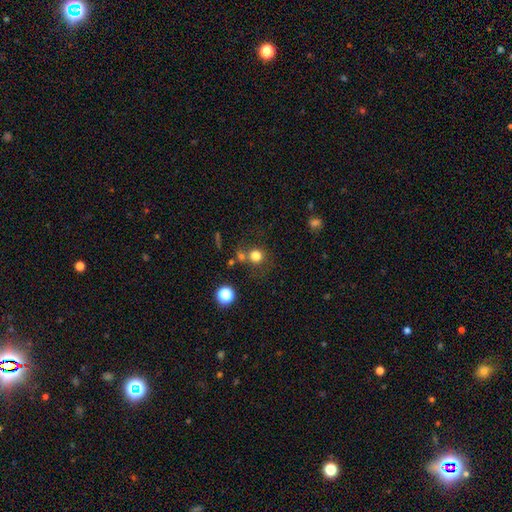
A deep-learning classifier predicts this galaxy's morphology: Overall: smooth (77%). How rounded: round (90%). Merging: none (64%).